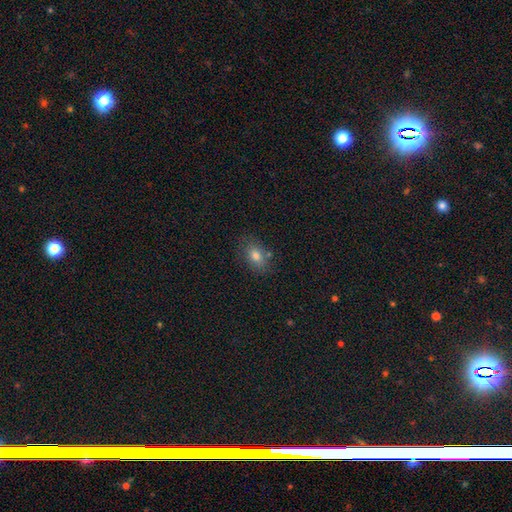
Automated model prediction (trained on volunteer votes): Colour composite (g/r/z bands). It shows a smooth galaxy with no disk features (77%) that is in between round and cigar-shaped (78%). Merging: none (76%).